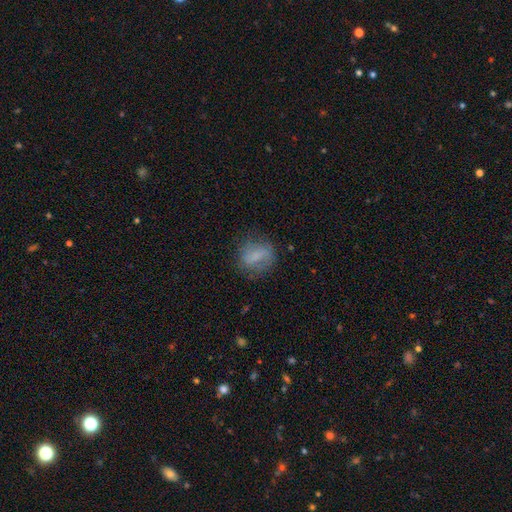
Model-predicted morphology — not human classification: Overall: smooth (64%; featured or disk 27%). How rounded: in between (52%; round 44%). Merging: none (68%).